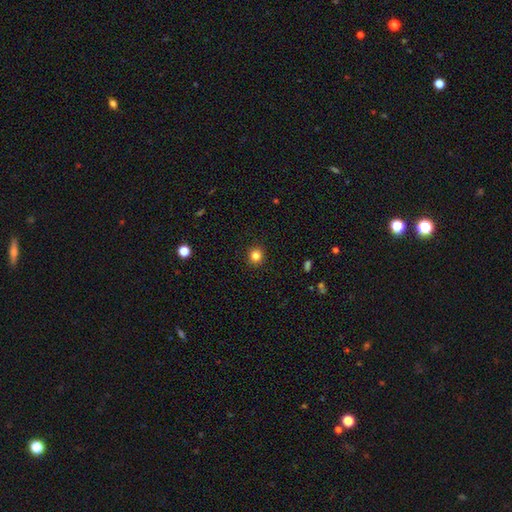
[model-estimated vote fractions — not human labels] smooth_or_featured: smooth (p=0.83) [alt: star or artifact p=0.13]
how_rounded: round (p=0.91) [alt: in between p=0.08]
merging: none (p=0.92) [alt: minor disturbance p=0.05]